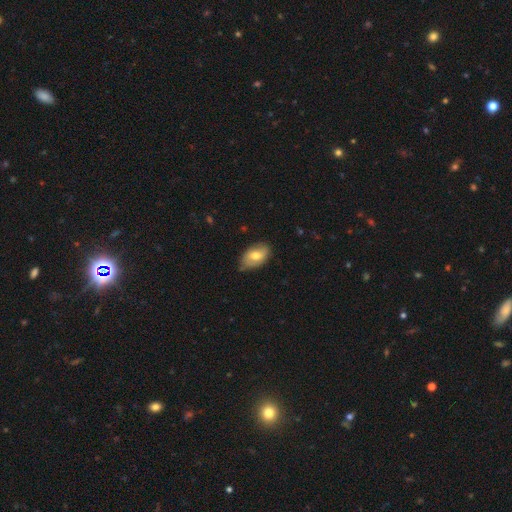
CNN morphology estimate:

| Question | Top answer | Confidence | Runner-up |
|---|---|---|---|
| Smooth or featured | smooth | 61% | featured or disk (32%) |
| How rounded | in between | 91% | round (8%) |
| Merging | none | 74% | minor disturbance (22%) |